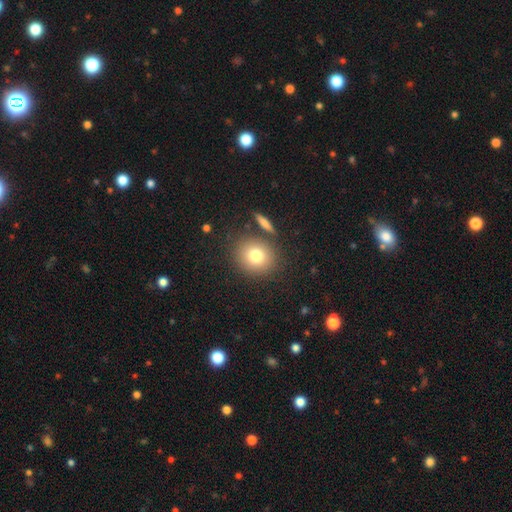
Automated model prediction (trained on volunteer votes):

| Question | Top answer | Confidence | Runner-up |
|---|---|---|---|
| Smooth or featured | smooth | 78% | featured or disk (11%) |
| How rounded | round | 82% | in between (17%) |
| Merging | none | 80% | minor disturbance (8%) |